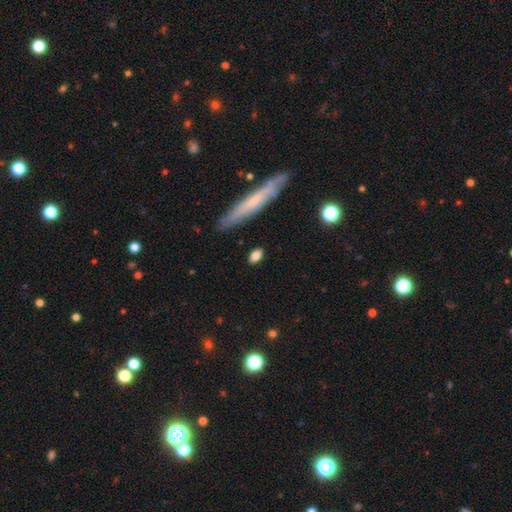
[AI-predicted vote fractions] Morphology: type=smooth (81%); roundness=in between (79%); merging=none (84%).